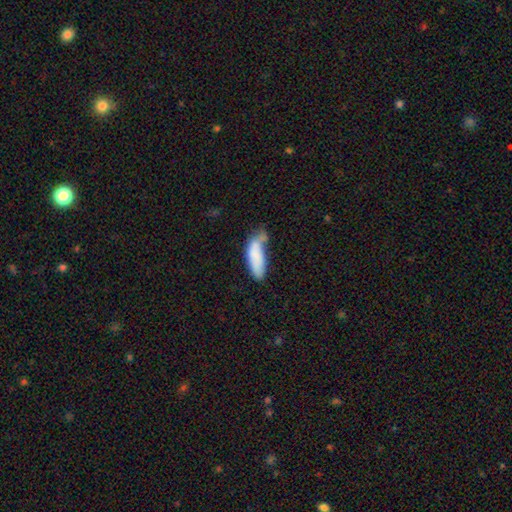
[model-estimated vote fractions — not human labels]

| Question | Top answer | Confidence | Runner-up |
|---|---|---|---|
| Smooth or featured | smooth | 79% | featured or disk (14%) |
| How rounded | in between | 63% | cigar-shaped (36%) |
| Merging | minor disturbance | 32% | tied: none (32%) |